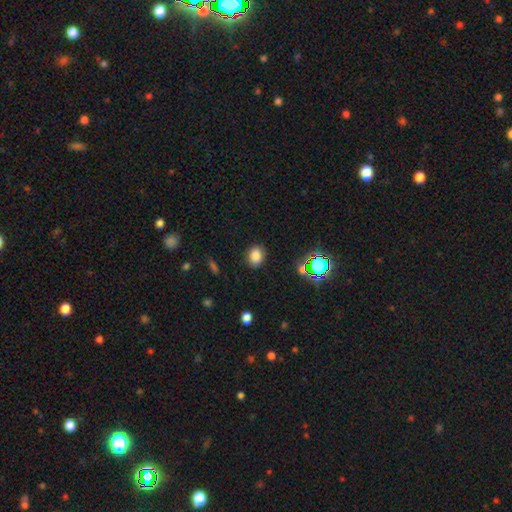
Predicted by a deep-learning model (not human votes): Smooth or featured? Predicted: smooth (p=0.81). How rounded? Predicted: in between (p=0.59). Merging? Predicted: none (p=0.86).